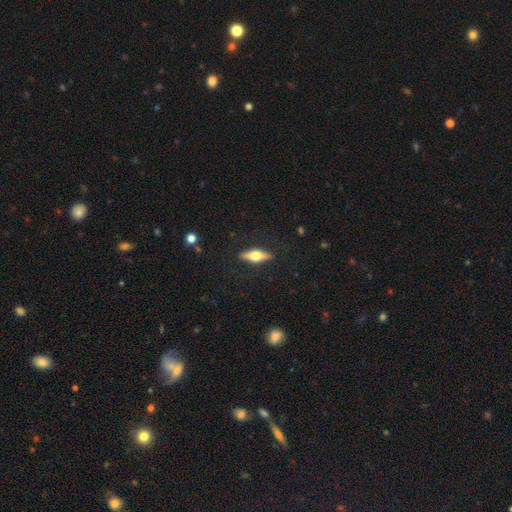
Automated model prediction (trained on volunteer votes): A featured or disk galaxy (52%) viewed edge-on (93%).

Vote fractions:
- Smooth or featured? featured or disk: 52% / smooth: 42% / star or artifact: 6%
- Edge-on disk? yes: 93% / no: 7%
- Merging? none: 87% / minor disturbance: 9% / major disturbance: 2% / merger: 1%